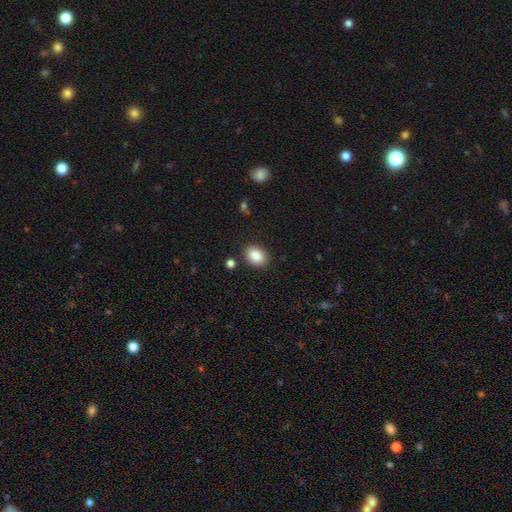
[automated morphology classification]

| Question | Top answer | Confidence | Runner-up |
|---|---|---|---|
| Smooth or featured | smooth | 88% | star or artifact (8%) |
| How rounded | in between | 68% | round (31%) |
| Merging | none | 85% | minor disturbance (9%) |